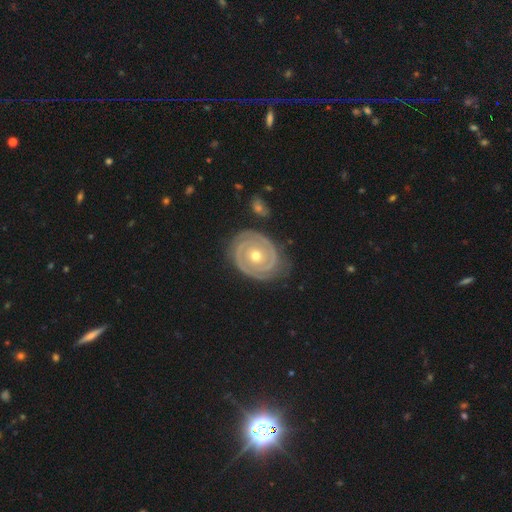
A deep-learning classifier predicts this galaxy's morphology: The model was most divided on "bulge size": moderate: 66%, small: 31%, large: 2%, dominant: 1%, none: 1%. More confident: edge-on disk — no (98%); spiral arms — yes (96%); smooth or featured — featured or disk (91%); spiral winding — tight (85%); merging — none (82%); spiral arm count — 2 (81%); bar — no (79%).